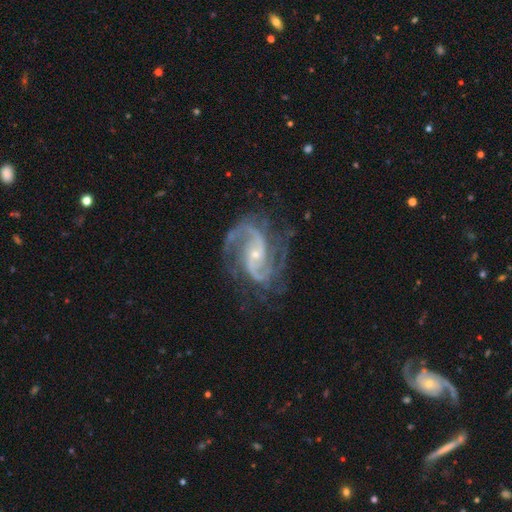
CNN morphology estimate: Smooth or featured? Predicted: featured or disk (p=0.92). Edge-on disk? Predicted: no (p=0.98). Bar? Predicted: no (p=0.44). Spiral arms? Predicted: yes (p=0.98). Spiral winding? Predicted: medium (p=0.58). Spiral arm count? Predicted: 2 (p=0.83). Bulge size? Predicted: small (p=0.72). Merging? Predicted: none (p=0.73).